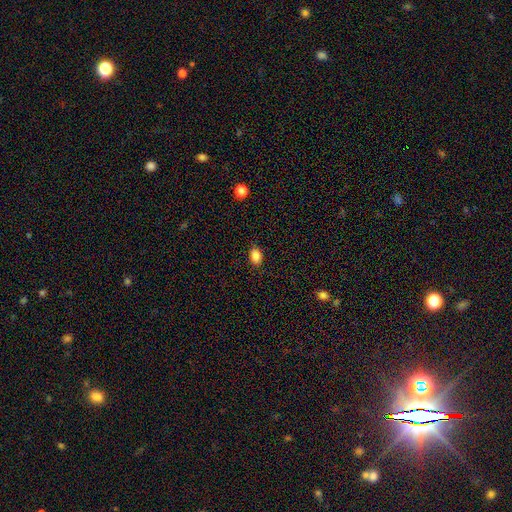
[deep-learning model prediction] This appears to be a smooth galaxy with no disk features (87%) that is in between round and cigar-shaped (79%). Merging: none (85%).